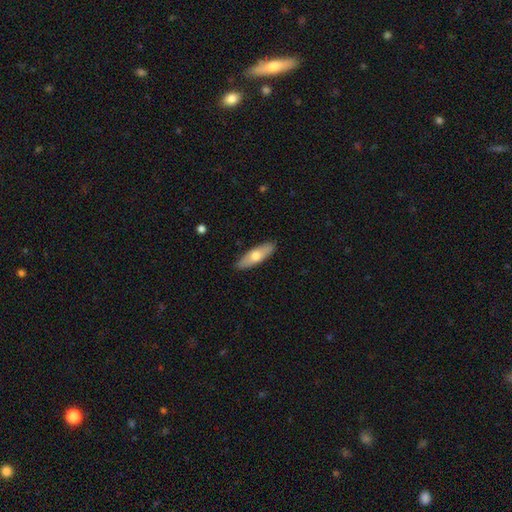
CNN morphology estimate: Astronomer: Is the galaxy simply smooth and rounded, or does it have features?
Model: smooth — 63%.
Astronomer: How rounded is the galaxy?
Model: in between — 54% (runner-up: cigar-shaped, 44%).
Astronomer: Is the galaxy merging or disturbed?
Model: none — 89%.